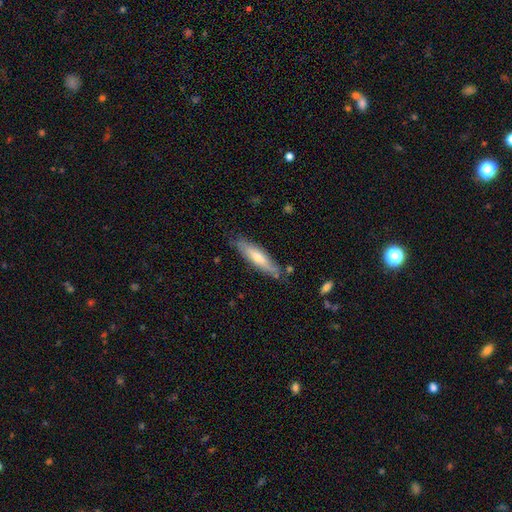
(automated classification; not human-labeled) Smooth or featured? smooth (57%)
How rounded? cigar-shaped (79%)
Merging? none (80%)